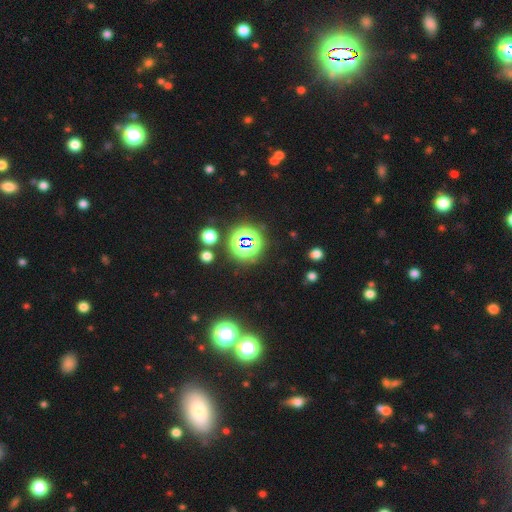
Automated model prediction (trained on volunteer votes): A star or artifact, not a galaxy (72%).